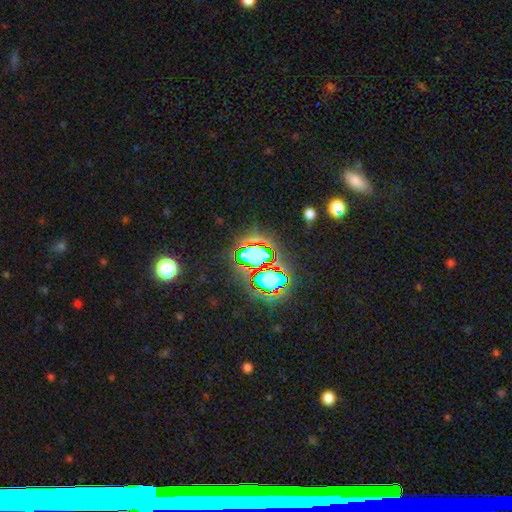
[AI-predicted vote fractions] This appears to be a star or artifact, not a galaxy (71%).